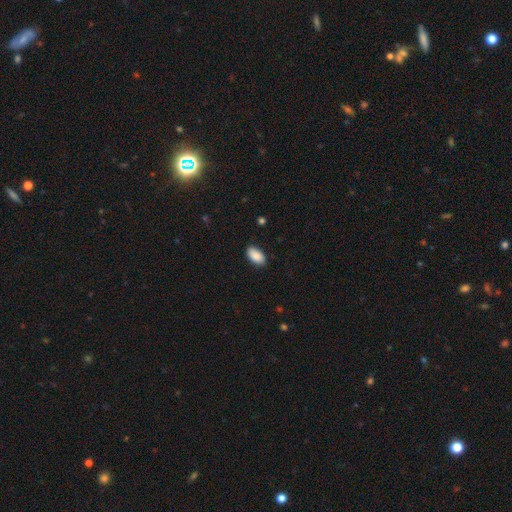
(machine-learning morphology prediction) Smooth or featured? smooth (89%)
How rounded? in between (95%)
Merging? none (86%)